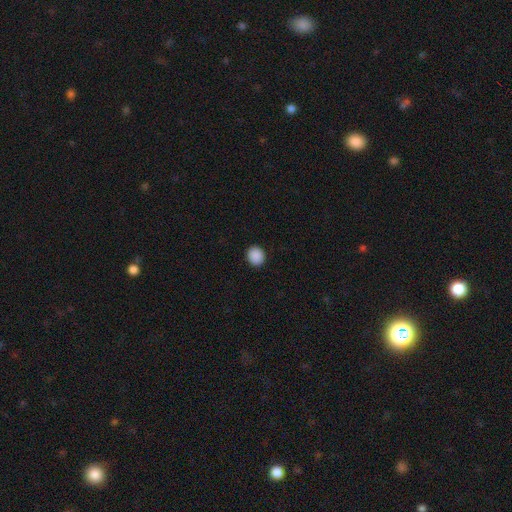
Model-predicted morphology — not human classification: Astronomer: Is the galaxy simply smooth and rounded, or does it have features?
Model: smooth — 90%.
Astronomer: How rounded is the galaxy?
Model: round — 89%.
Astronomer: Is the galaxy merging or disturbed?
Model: none — 93%.